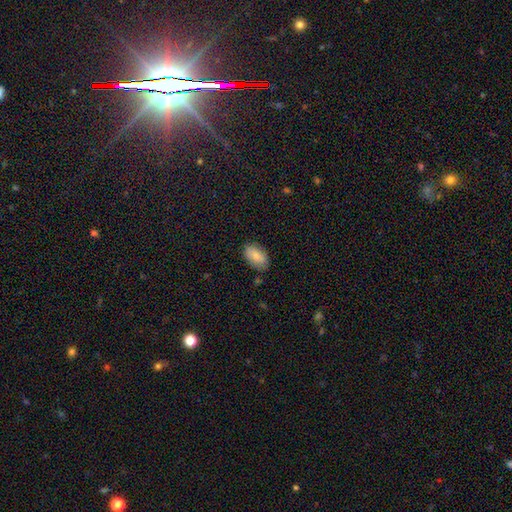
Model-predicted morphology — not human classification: The model was most divided on "merging": none: 81%, minor disturbance: 14%, major disturbance: 3%, merger: 2%. More confident: how rounded — in between (93%); smooth or featured — smooth (83%).